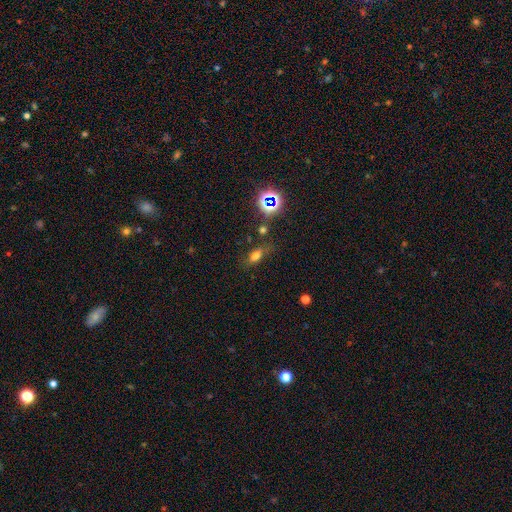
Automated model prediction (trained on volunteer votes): Smooth or featured: smooth — 63% (star or artifact — 23%)
How rounded: in between — 73% (round — 15%)
Merging: none — 66% (minor disturbance — 19%)